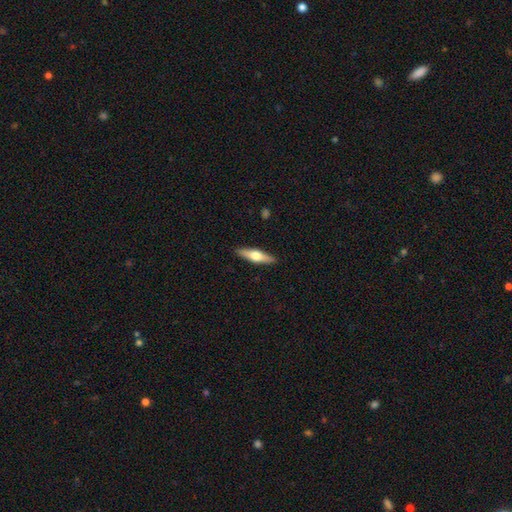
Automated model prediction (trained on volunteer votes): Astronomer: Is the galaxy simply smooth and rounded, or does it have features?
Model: featured or disk — 52% (runner-up: smooth, 43%).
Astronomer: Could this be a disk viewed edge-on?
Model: yes — 94%.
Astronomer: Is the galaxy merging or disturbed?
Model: none — 90%.